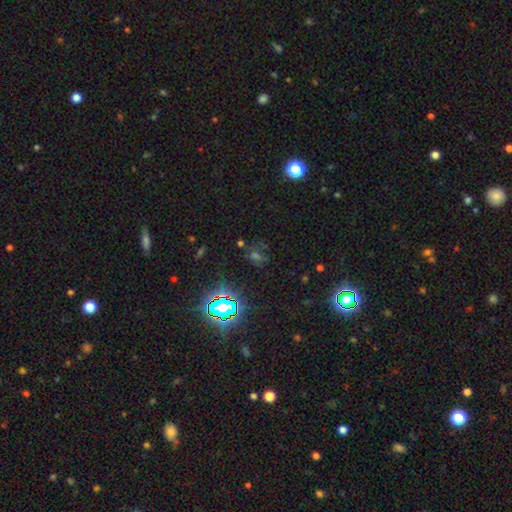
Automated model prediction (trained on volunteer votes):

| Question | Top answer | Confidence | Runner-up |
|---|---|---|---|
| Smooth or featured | star or artifact | 62% | smooth (28%) |